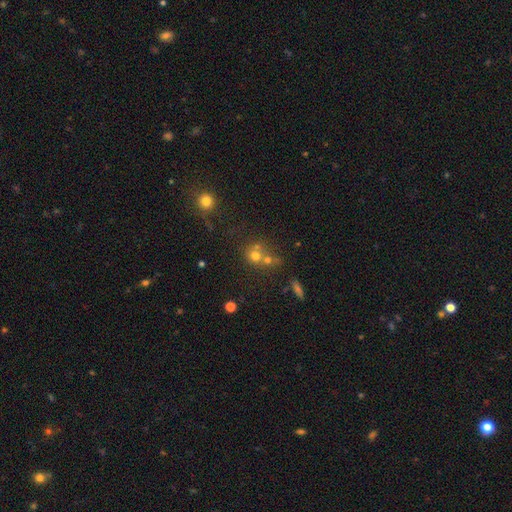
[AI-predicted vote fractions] A smooth galaxy with no disk features (64%) that is round (82%).

Vote fractions:
- Smooth or featured? smooth: 64% / star or artifact: 19% / featured or disk: 16%
- How rounded? round: 82% / in between: 17% / cigar-shaped: 1%
- Merging? merger: 46% / none: 41% / minor disturbance: 8% / major disturbance: 5%